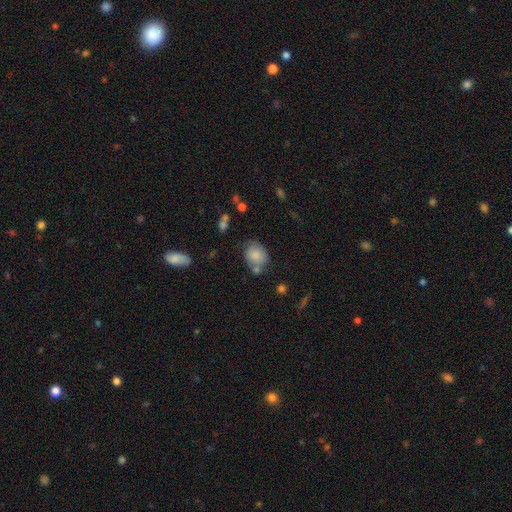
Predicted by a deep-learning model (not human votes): This appears to be a smooth galaxy with no disk features (77%) that is in between round and cigar-shaped (51%). Merging: none (52%).